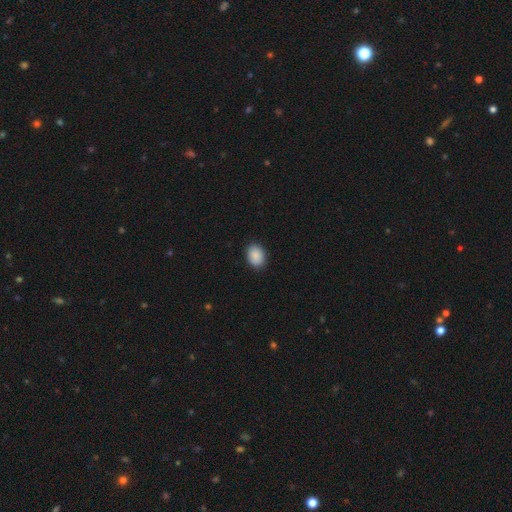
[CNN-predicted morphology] Smooth or featured? smooth (90%)
How rounded? in between (67%)
Merging? none (89%)